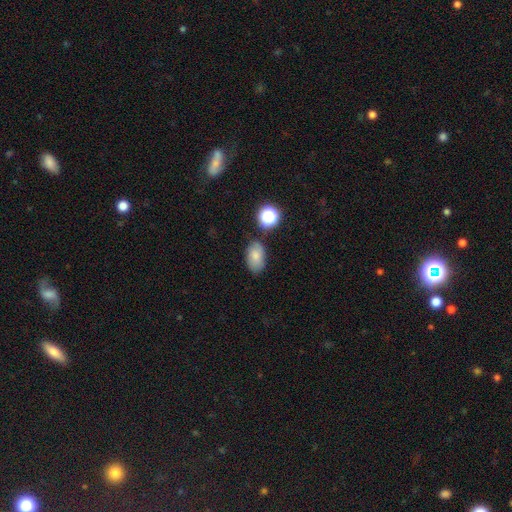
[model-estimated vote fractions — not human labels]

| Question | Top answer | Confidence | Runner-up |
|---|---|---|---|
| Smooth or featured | smooth | 75% | featured or disk (13%) |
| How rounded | in between | 88% | round (10%) |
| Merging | none | 73% | minor disturbance (18%) |